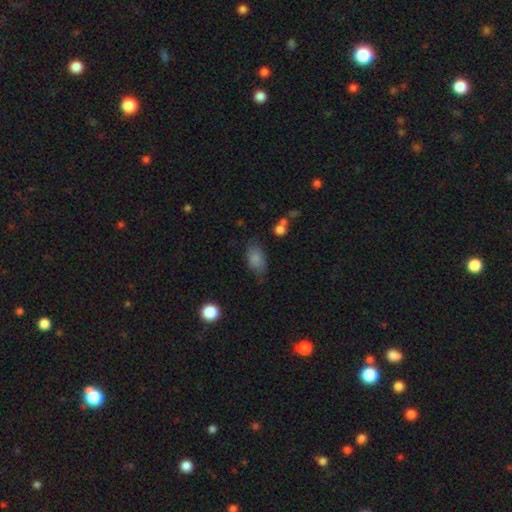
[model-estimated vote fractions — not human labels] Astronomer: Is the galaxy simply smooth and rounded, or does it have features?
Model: smooth — 71%.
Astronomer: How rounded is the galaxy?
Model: in between — 87%.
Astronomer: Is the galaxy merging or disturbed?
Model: none — 72%.